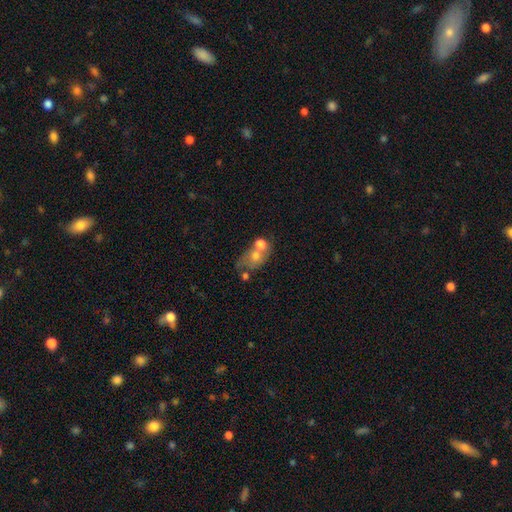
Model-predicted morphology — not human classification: Q: Smooth or featured?
A: smooth (60%); runner-up: featured or disk (28%)
Q: How rounded?
A: in between (64%); runner-up: round (34%)
Q: Merging?
A: merger (47%); runner-up: none (29%)